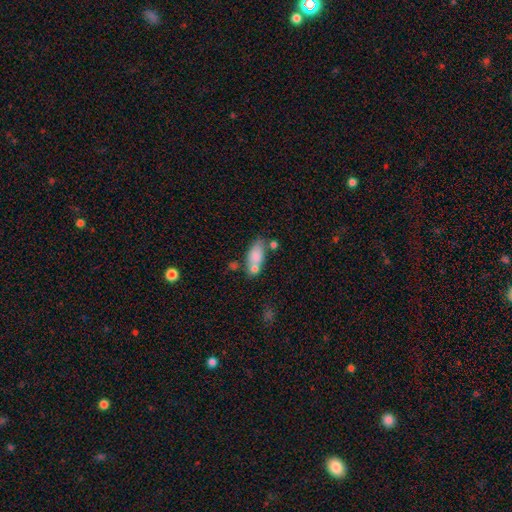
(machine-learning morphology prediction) Smooth or featured: smooth — 79% (featured or disk — 13%)
How rounded: in between — 82% (cigar-shaped — 14%)
Merging: none — 48% (merger — 27%)